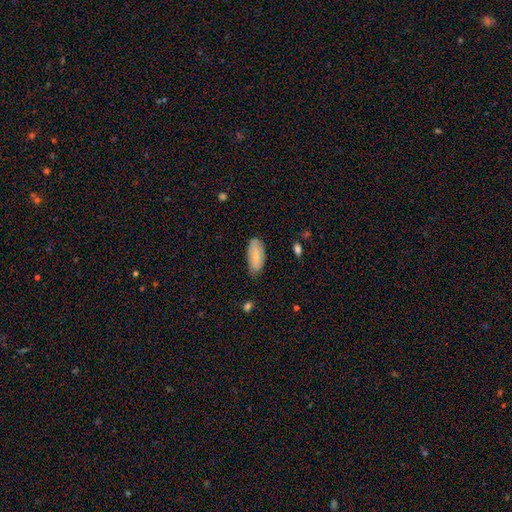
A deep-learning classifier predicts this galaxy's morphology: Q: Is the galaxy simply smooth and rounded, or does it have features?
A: smooth — 80%.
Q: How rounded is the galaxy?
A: in between — 88%.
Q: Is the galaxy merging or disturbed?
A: none — 76%.